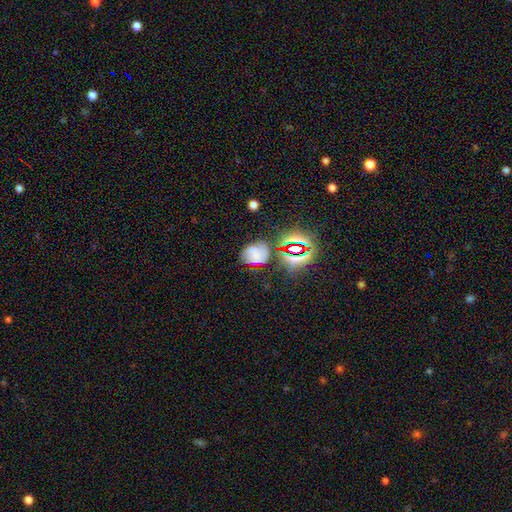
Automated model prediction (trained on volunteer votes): Overall: smooth (50%; featured or disk 25%). How rounded: in between (53%; round 46%). Merging: none (59%; minor disturbance 24%).